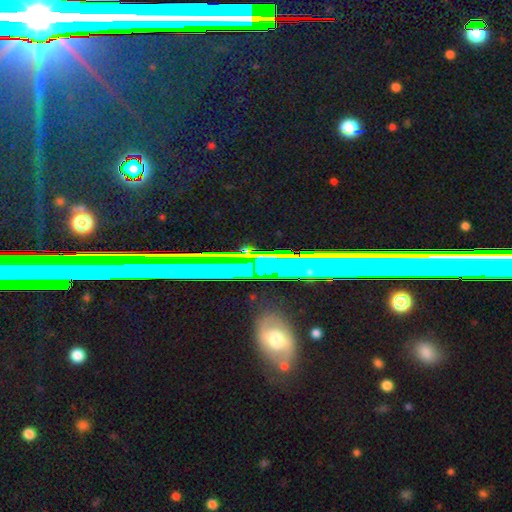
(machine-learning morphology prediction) A star or artifact, not a galaxy (69%).